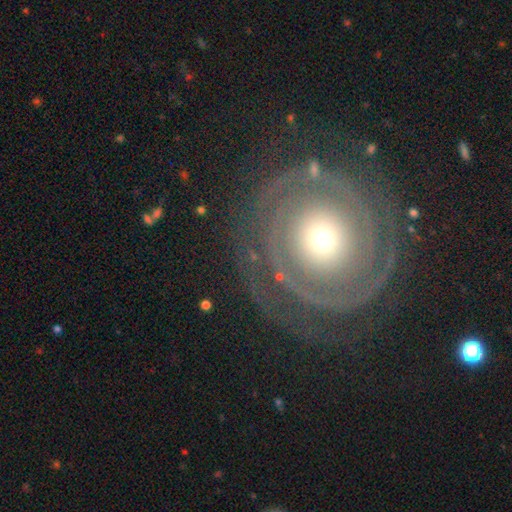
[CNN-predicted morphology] type=featured or disk (83%); edge-on=no (97%); bar=no (85%); spiral arms=yes (90%); winding=tight (82%); arm count=2 (45%); bulge=small (48%); merging=none (80%).